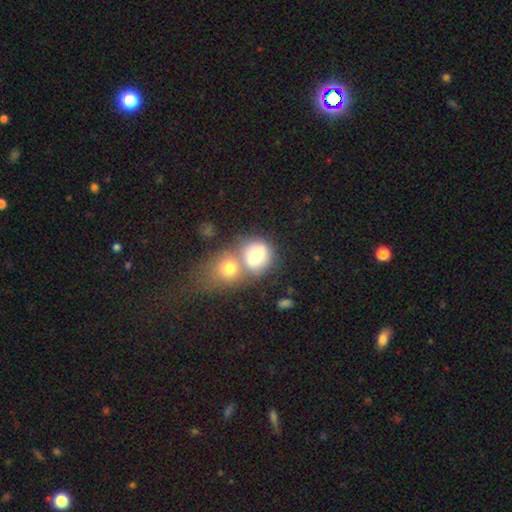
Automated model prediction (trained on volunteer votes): Q: Smooth or featured?
A: smooth (77%); runner-up: featured or disk (13%)
Q: How rounded?
A: round (59%); runner-up: in between (39%)
Q: Merging?
A: merger (54%); runner-up: none (28%)